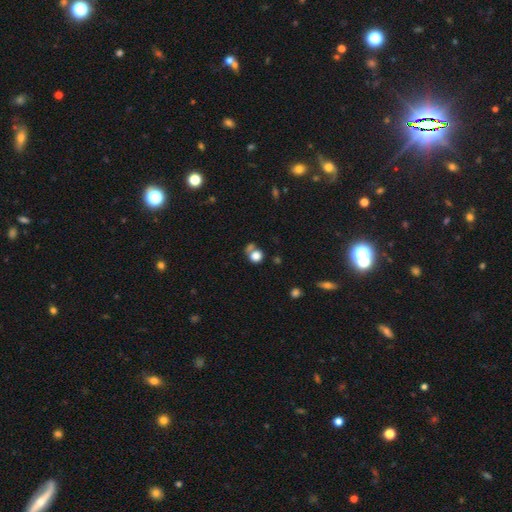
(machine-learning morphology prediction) Overall: smooth (80%). How rounded: round (82%). Merging: none (54%; merger 24%).